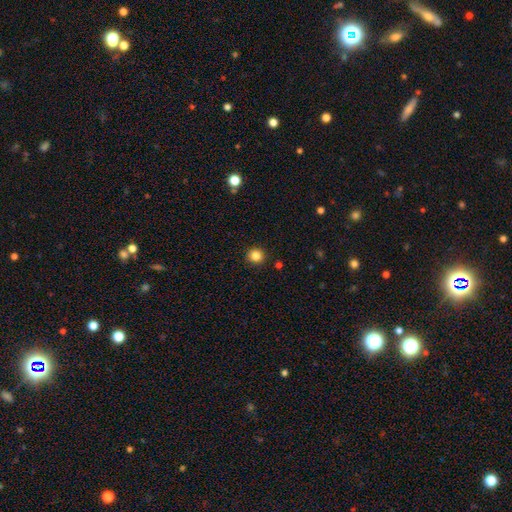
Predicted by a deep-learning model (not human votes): smooth_or_featured: smooth (p=0.83) [alt: star or artifact p=0.12]
how_rounded: round (p=0.91) [alt: in between p=0.08]
merging: none (p=0.91) [alt: minor disturbance p=0.05]